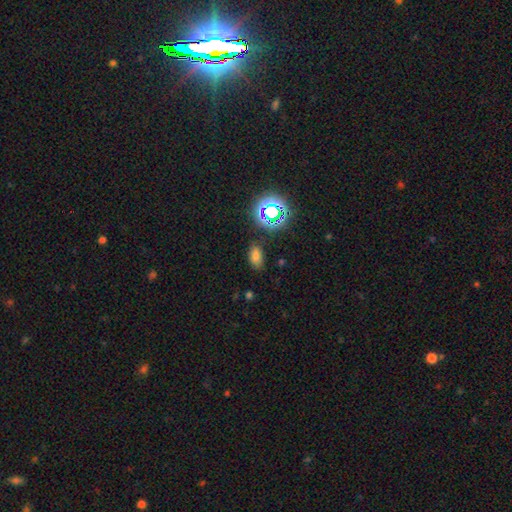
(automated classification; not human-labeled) Q: Smooth or featured?
A: smooth (70%); runner-up: star or artifact (23%)
Q: How rounded?
A: in between (89%); runner-up: round (8%)
Q: Merging?
A: none (81%); runner-up: minor disturbance (13%)